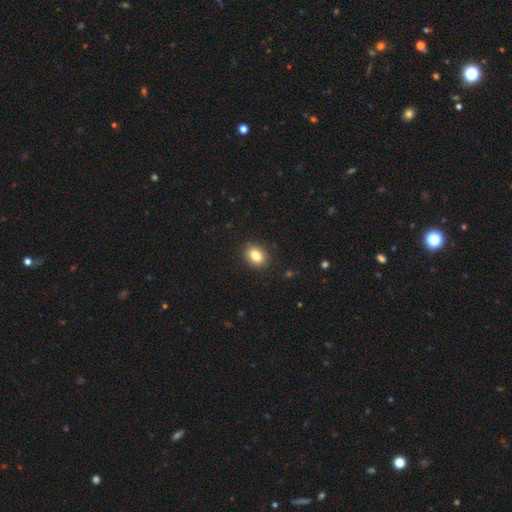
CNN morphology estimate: Smooth or featured?
  - smooth: 84% *
  - star or artifact: 9%
  - featured or disk: 7%
How rounded?
  - in between: 68% *
  - round: 31%
  - cigar-shaped: 1%
Merging?
  - none: 90% *
  - minor disturbance: 7%
  - major disturbance: 2%
  - merger: 1%